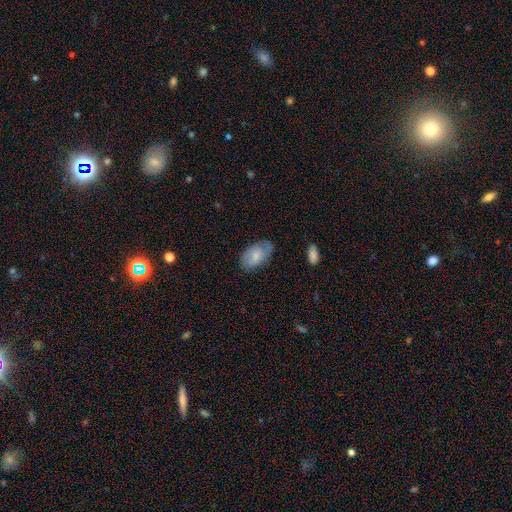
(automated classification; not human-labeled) smooth 71%, featured or disk 23%, star or artifact 6%. Down the decision tree: how rounded — in between (93%); merging — none (67%).